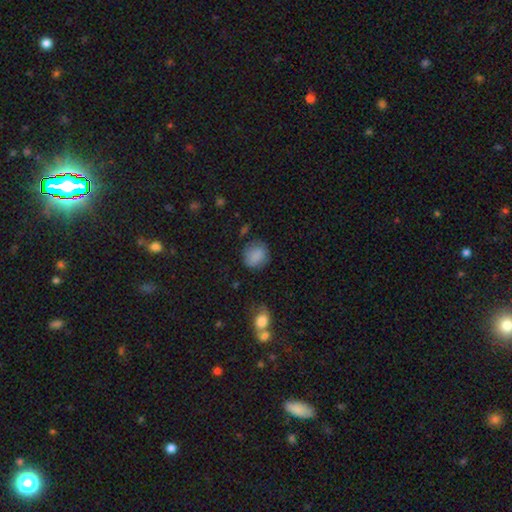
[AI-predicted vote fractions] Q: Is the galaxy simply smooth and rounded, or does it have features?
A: smooth — 83%.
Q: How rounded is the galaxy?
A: round — 75%.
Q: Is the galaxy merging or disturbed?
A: none — 71%.